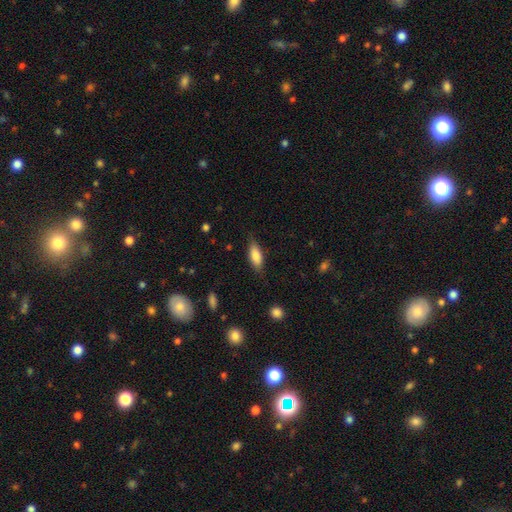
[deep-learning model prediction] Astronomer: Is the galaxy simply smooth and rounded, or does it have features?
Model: smooth — 79%.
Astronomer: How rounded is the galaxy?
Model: in between — 73%.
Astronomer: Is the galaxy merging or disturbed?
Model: none — 78%.